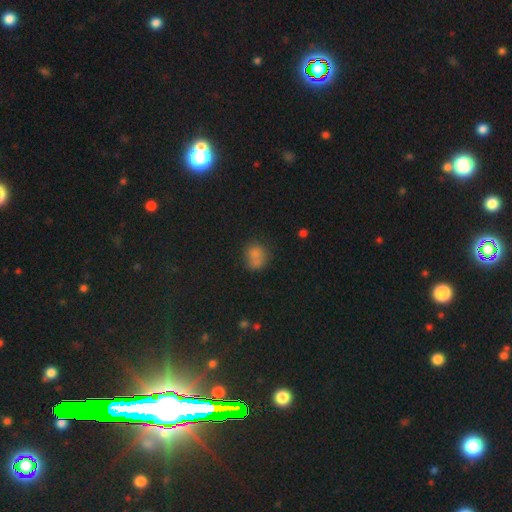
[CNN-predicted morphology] smooth_or_featured: smooth (p=0.77) [alt: star or artifact p=0.14]
how_rounded: round (p=0.72) [alt: in between p=0.27]
merging: none (p=0.59) [alt: minor disturbance p=0.19]